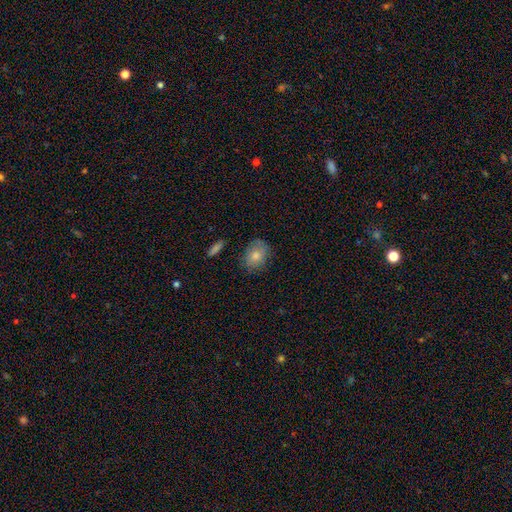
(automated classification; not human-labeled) Q: Smooth or featured?
A: smooth (69%); runner-up: featured or disk (20%)
Q: How rounded?
A: in between (52%); runner-up: round (46%)
Q: Merging?
A: none (81%); runner-up: minor disturbance (14%)